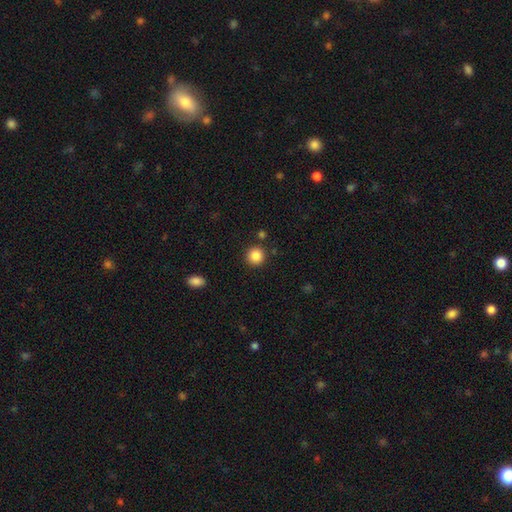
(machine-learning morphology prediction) type=smooth (87%); roundness=round (94%); merging=none (89%).